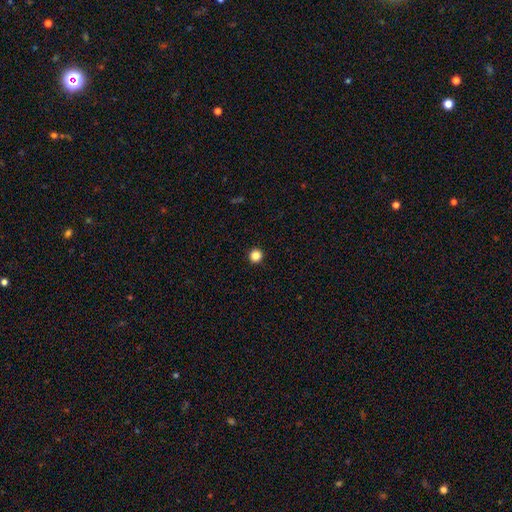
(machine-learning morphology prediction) smooth 85%, star or artifact 11%, featured or disk 3%. Down the decision tree: how rounded — round (96%); merging — none (94%).